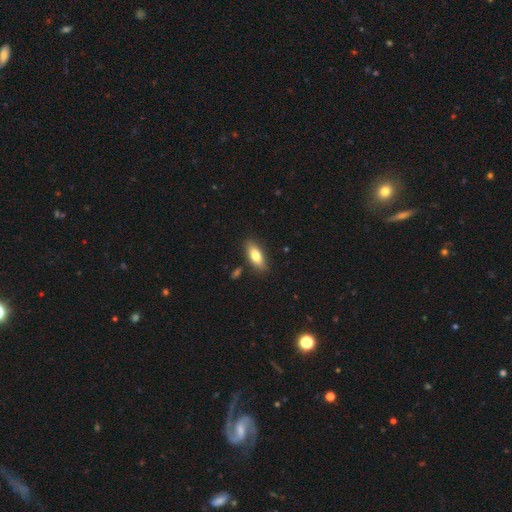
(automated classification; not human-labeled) Smooth or featured: smooth — 78% (featured or disk — 16%)
How rounded: in between — 79% (cigar-shaped — 18%)
Merging: none — 85% (minor disturbance — 10%)